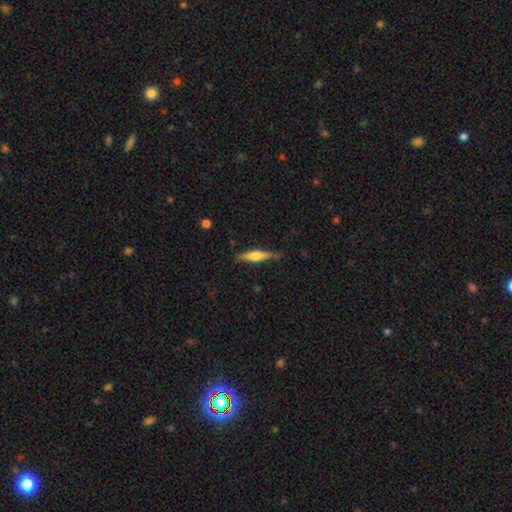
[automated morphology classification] Smooth or featured?
  - featured or disk: 48% *
  - smooth: 46%
  - star or artifact: 6%
Merging?
  - none: 81% *
  - minor disturbance: 14%
  - major disturbance: 3%
  - merger: 2%